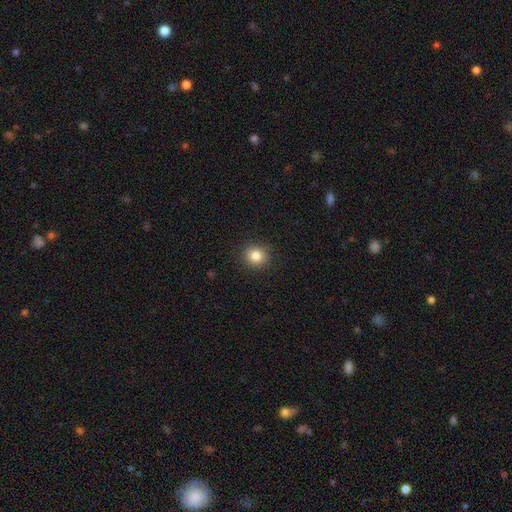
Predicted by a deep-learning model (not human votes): A smooth galaxy with no disk features (84%) that is round (88%). Merging: none (91%).